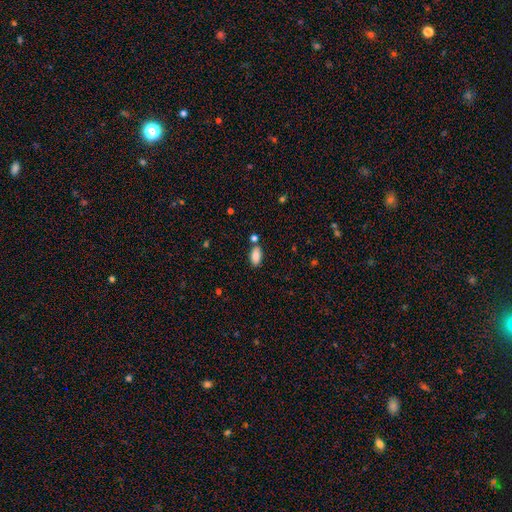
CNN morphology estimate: This appears to be a smooth galaxy with no disk features (87%) that is in between round and cigar-shaped (91%). Merging: none (76%).